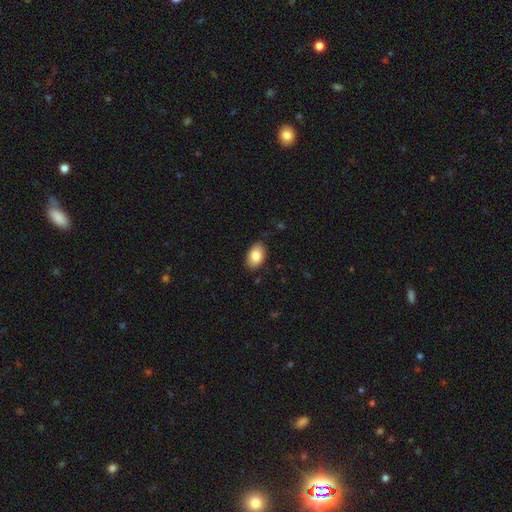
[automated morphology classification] Smooth or featured?
  - smooth: 86% *
  - featured or disk: 8%
  - star or artifact: 7%
How rounded?
  - in between: 91% *
  - round: 8%
  - cigar-shaped: 1%
Merging?
  - none: 86% *
  - minor disturbance: 11%
  - major disturbance: 2%
  - merger: 1%